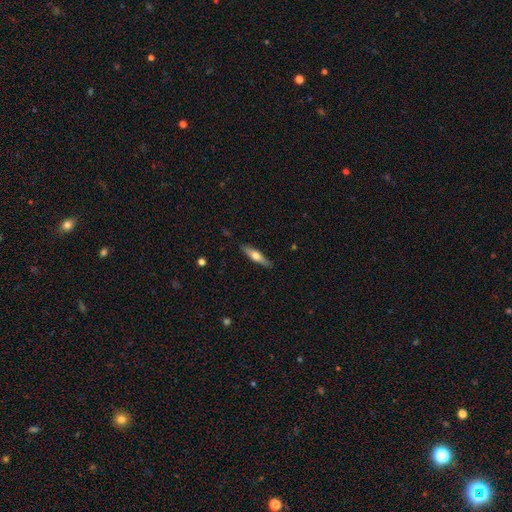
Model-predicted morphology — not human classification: Smooth or featured? Predicted: smooth (p=0.50). Merging? Predicted: none (p=0.88).